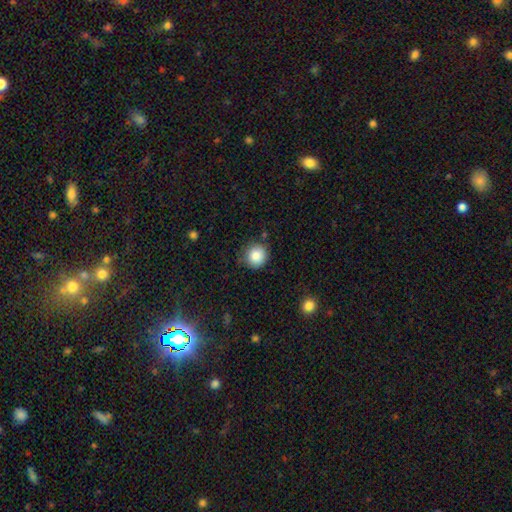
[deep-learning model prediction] Morphology: type=smooth (85%); roundness=round (91%); merging=none (81%).